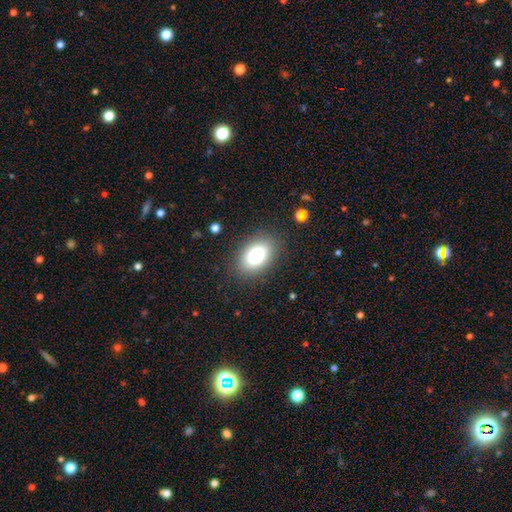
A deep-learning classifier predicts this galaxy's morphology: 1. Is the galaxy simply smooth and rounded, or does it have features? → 81% smooth, 10% featured or disk, 9% star or artifact.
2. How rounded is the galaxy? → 87% in between, 11% round, 1% cigar-shaped.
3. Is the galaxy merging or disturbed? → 85% none, 10% minor disturbance, 4% major disturbance, 1% merger.